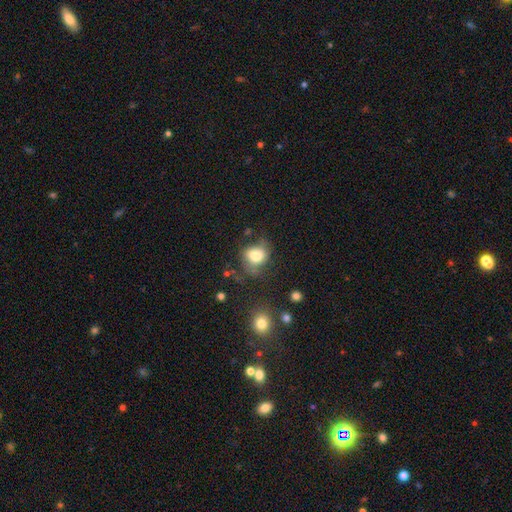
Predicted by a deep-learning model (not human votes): A smooth galaxy with no disk features (74%) that is in between round and cigar-shaped (52%). Merging: none (44%).